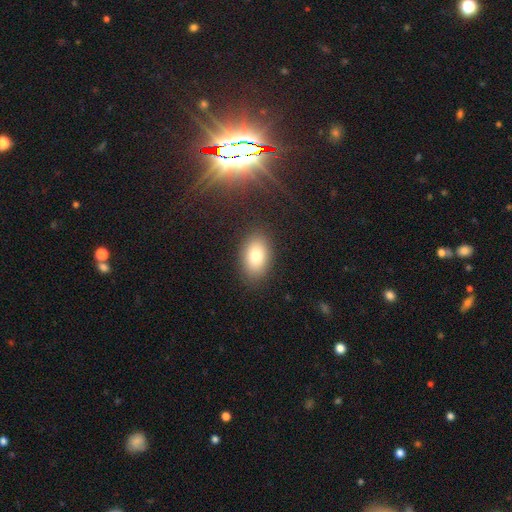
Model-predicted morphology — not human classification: Q: Smooth or featured?
A: smooth (78%); runner-up: star or artifact (12%)
Q: How rounded?
A: in between (87%); runner-up: round (11%)
Q: Merging?
A: none (86%); runner-up: minor disturbance (9%)